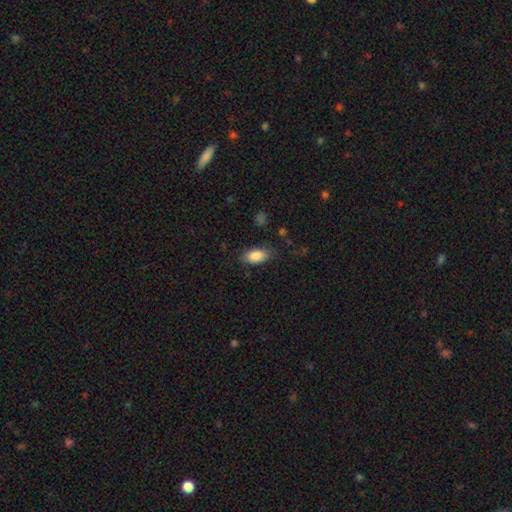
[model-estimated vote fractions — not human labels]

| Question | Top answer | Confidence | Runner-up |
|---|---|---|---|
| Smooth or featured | smooth | 88% | star or artifact (7%) |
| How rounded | in between | 92% | round (4%) |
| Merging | none | 79% | minor disturbance (15%) |